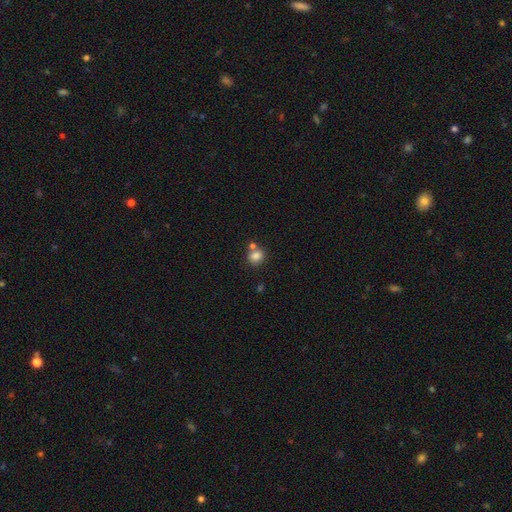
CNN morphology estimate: A smooth galaxy with no disk features (82%) that is round (68%).

Vote fractions:
- Smooth or featured? smooth: 82% / star or artifact: 11% / featured or disk: 7%
- How rounded? round: 68% / in between: 31% / cigar-shaped: 1%
- Merging? none: 58% / merger: 27% / minor disturbance: 11% / major disturbance: 4%